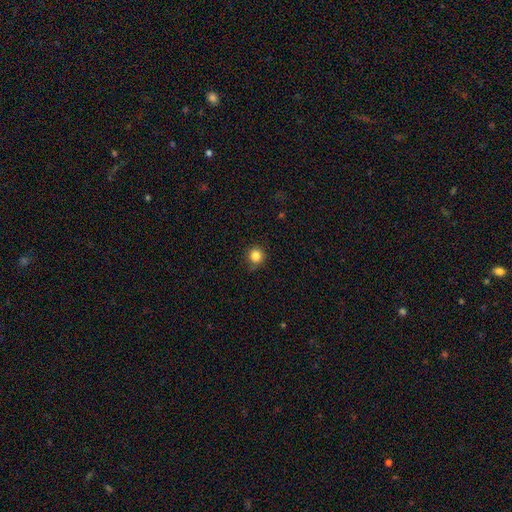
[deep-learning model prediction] This appears to be a smooth galaxy with no disk features (84%) that is round (93%). Merging: none (87%).